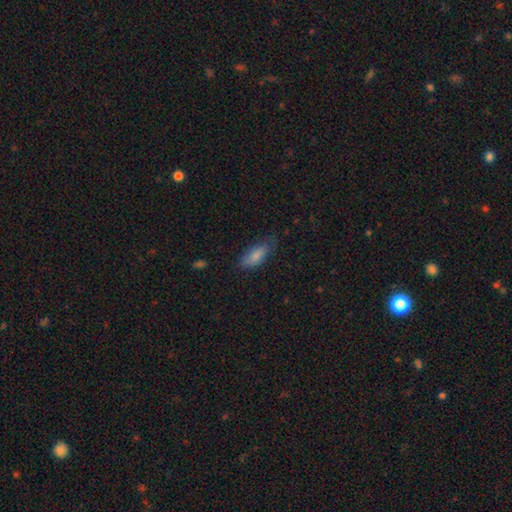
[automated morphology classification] smooth 82%, featured or disk 11%, star or artifact 7%. Down the decision tree: how rounded — in between (78%); merging — none (63%).